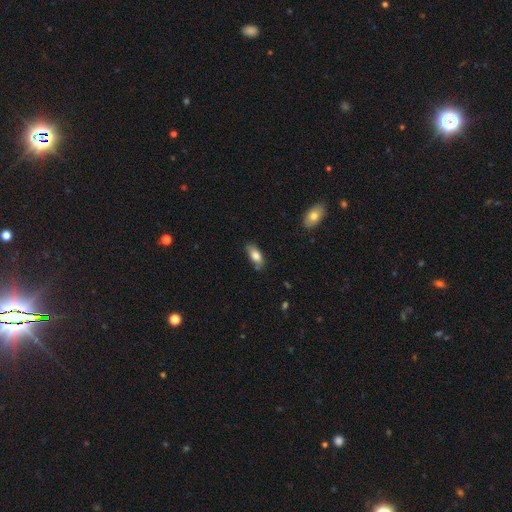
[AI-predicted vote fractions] Smooth or featured?
  - smooth: 80% *
  - featured or disk: 13%
  - star or artifact: 7%
How rounded?
  - in between: 85% *
  - cigar-shaped: 12%
  - round: 3%
Merging?
  - none: 74% *
  - minor disturbance: 20%
  - major disturbance: 3%
  - merger: 2%